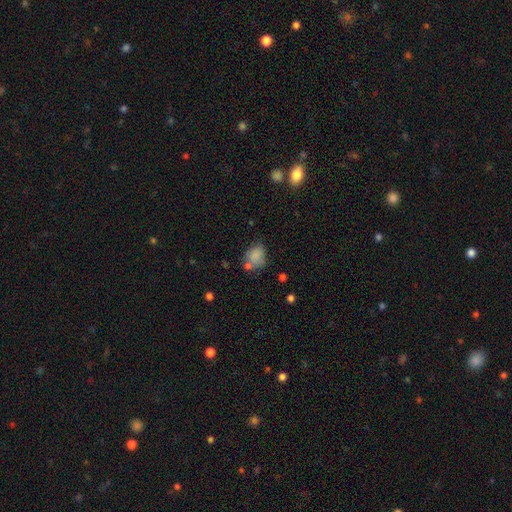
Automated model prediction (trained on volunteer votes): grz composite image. It shows a smooth galaxy with no disk features (79%) that is in between round and cigar-shaped (58%). Merging: none (49%).